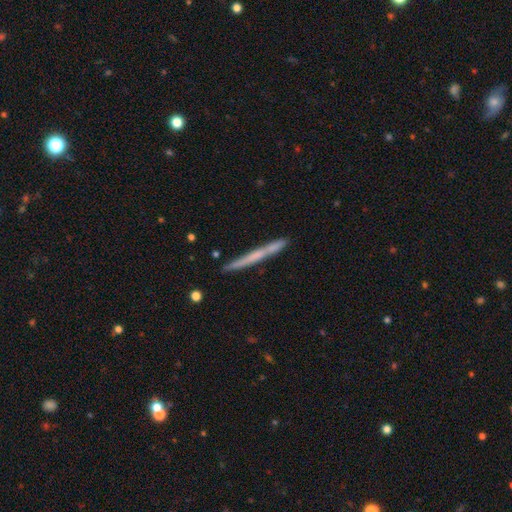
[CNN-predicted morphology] Smooth or featured?
  - smooth: 47% * (tied)
  - featured or disk: 47% * (tied)
  - star or artifact: 6%
Merging?
  - none: 87% *
  - minor disturbance: 9%
  - merger: 2%
  - major disturbance: 2%